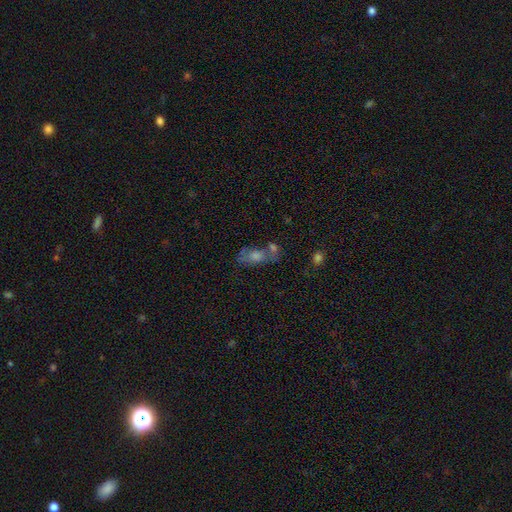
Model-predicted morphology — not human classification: type=smooth (43%); merging=none (43%).